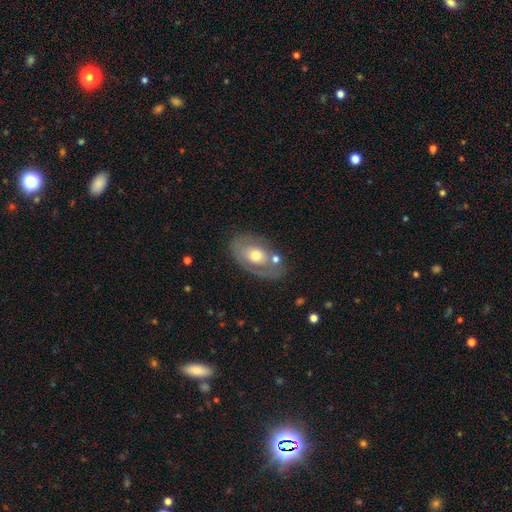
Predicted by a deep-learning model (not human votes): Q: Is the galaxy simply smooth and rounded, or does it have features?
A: featured or disk — 49%.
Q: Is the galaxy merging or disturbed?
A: none — 62%.